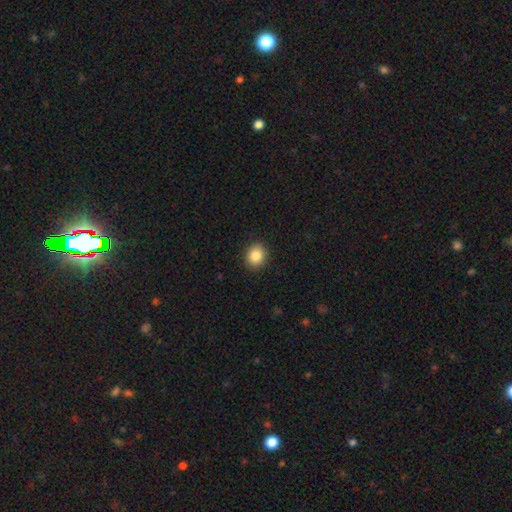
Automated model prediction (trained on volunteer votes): smooth_or_featured: smooth (p=0.86) [alt: star or artifact p=0.09]
how_rounded: round (p=0.67) [alt: in between p=0.32]
merging: none (p=0.91) [alt: minor disturbance p=0.06]